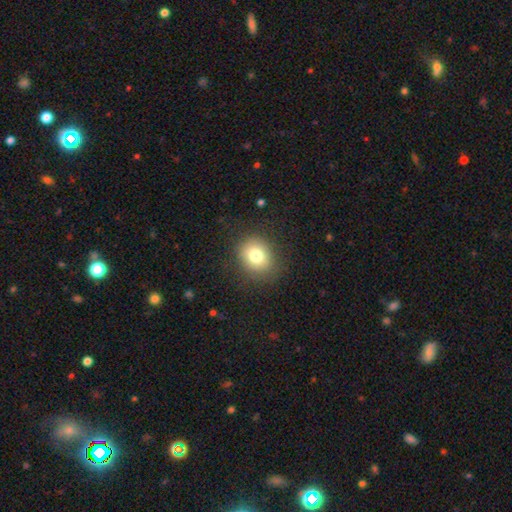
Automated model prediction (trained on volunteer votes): smooth 78%, star or artifact 12%, featured or disk 10%. Down the decision tree: how rounded — round (68%); merging — none (85%).